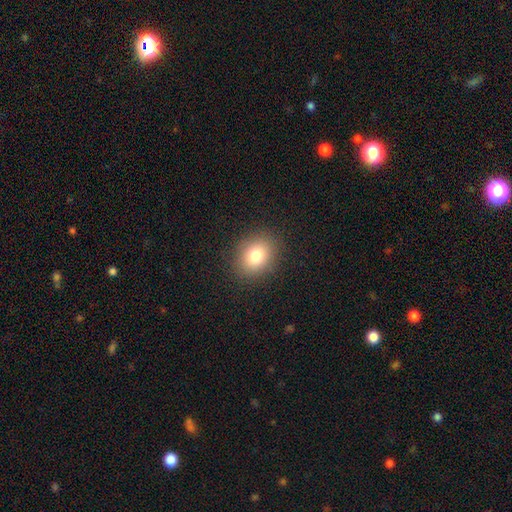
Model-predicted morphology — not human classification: The model was most divided on "how rounded": round: 52%, in between: 47%, cigar-shaped: 1%. More confident: merging — none (88%); smooth or featured — smooth (80%).